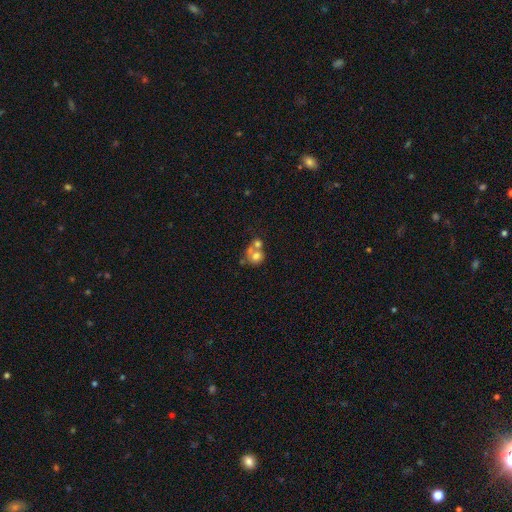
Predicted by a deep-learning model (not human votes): smooth-or-featured: smooth: 64% | featured or disk: 25% | star or artifact: 11%
  how-rounded: round: 76% | in between: 23% | cigar-shaped: 1%
  merging: merger: 58% | none: 29% | minor disturbance: 8% | major disturbance: 6%